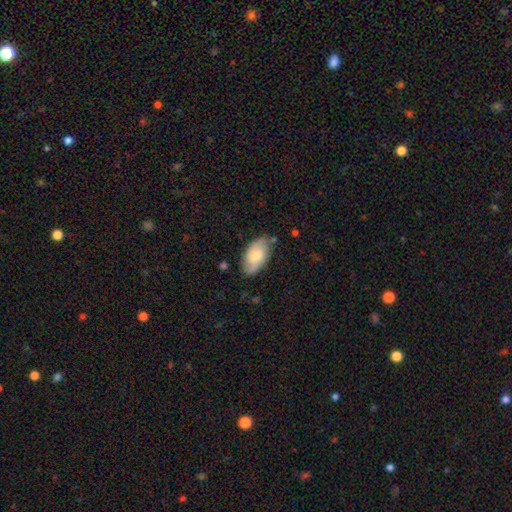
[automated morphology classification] Smooth or featured: smooth — 63% (featured or disk — 31%)
How rounded: in between — 94% (round — 3%)
Merging: none — 72% (minor disturbance — 21%)